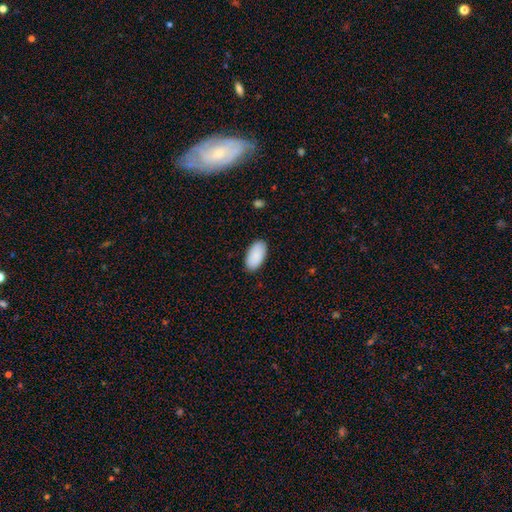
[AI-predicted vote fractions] A smooth galaxy with no disk features (91%) that is in between round and cigar-shaped (96%).

Vote fractions:
- Smooth or featured? smooth: 91% / star or artifact: 6% / featured or disk: 4%
- How rounded? in between: 96% / round: 2% / cigar-shaped: 2%
- Merging? none: 89% / minor disturbance: 9% / major disturbance: 2% / merger: 1%